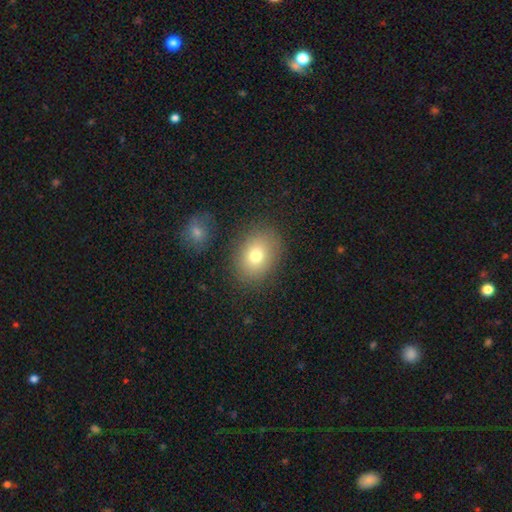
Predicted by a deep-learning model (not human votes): Overall: smooth (75%). How rounded: in between (62%; round 37%). Merging: none (83%).